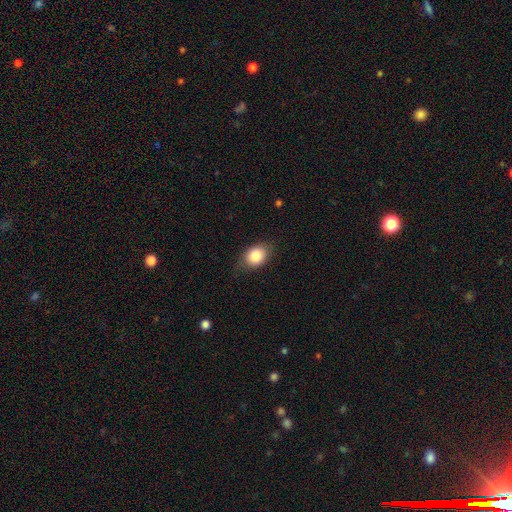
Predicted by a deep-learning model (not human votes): smooth-or-featured: smooth: 84% | featured or disk: 8% | star or artifact: 8%
  how-rounded: in between: 63% | round: 35% | cigar-shaped: 1%
  merging: none: 74% | minor disturbance: 20% | major disturbance: 5% | merger: 1%